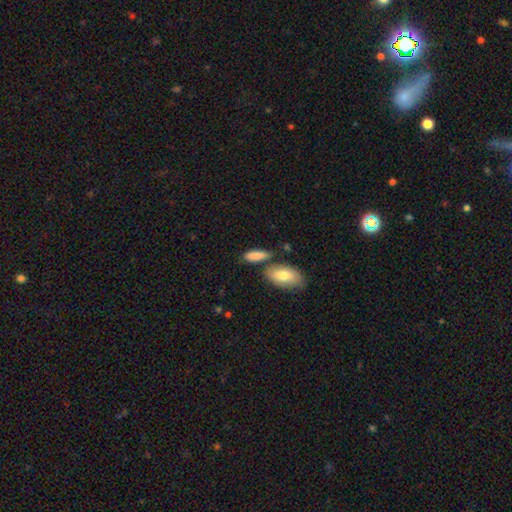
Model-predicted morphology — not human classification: Overall: smooth (84%). How rounded: in between (69%). Merging: none (61%).